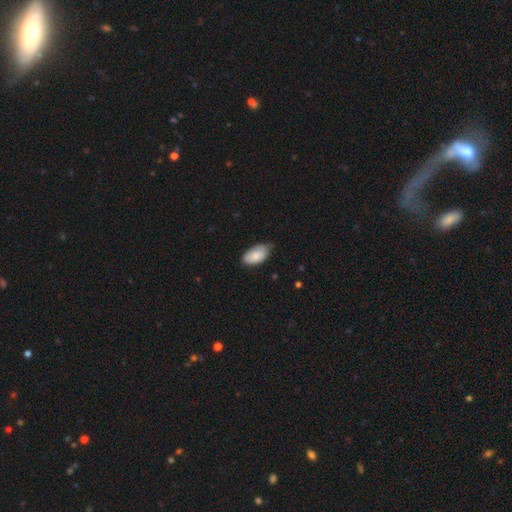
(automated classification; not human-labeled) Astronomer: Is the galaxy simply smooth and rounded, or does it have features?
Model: smooth — 82%.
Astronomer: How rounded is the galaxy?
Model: in between — 95%.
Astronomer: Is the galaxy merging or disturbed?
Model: none — 60%.